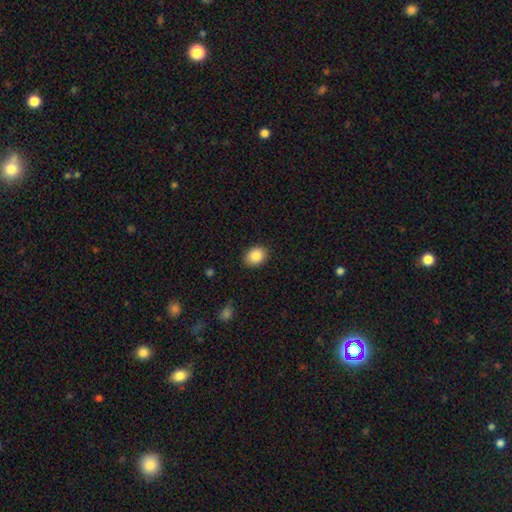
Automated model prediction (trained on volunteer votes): Smooth or featured: smooth — 88% (star or artifact — 8%)
How rounded: in between — 50% (tied with round — 50%)
Merging: none — 88% (minor disturbance — 9%)